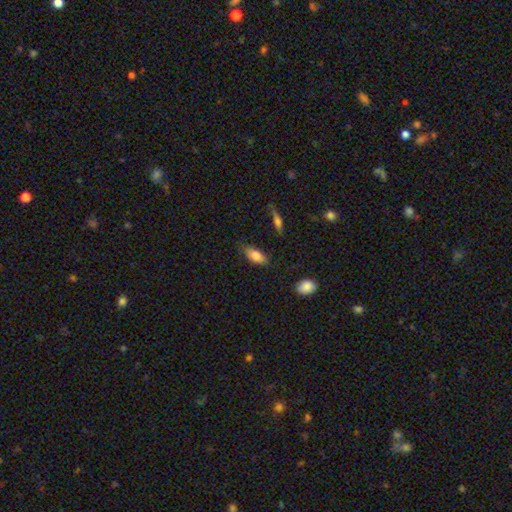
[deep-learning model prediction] Smooth or featured?
  - smooth: 81% *
  - featured or disk: 12%
  - star or artifact: 8%
How rounded?
  - in between: 85% *
  - cigar-shaped: 12%
  - round: 3%
Merging?
  - none: 70% *
  - minor disturbance: 22%
  - major disturbance: 5%
  - merger: 3%